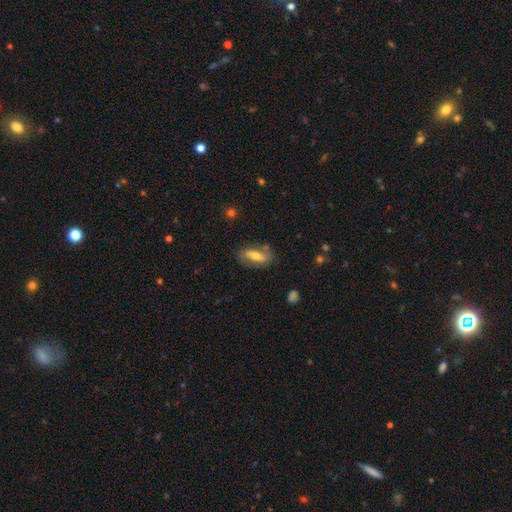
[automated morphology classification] smooth-or-featured: smooth: 50% | featured or disk: 43% | star or artifact: 7%
  merging: none: 74% | minor disturbance: 18% | major disturbance: 5% | merger: 3%